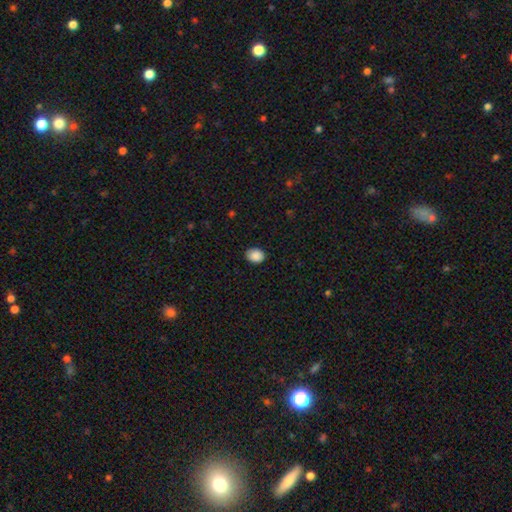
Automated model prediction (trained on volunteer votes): Smooth or featured: smooth — 89% (star or artifact — 8%)
How rounded: in between — 57% (round — 42%)
Merging: none — 87% (minor disturbance — 10%)